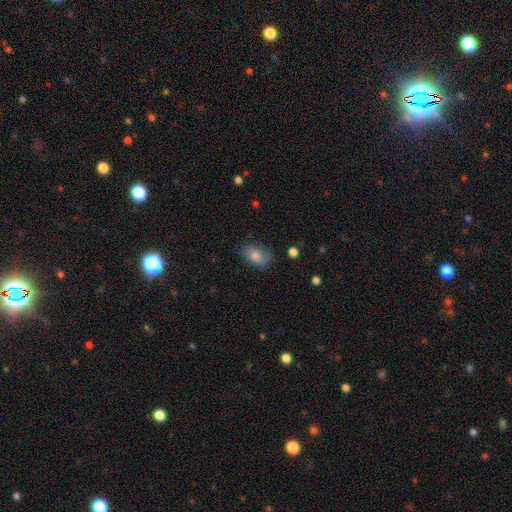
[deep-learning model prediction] Morphology: type=smooth (80%); roundness=in between (82%); merging=none (70%).